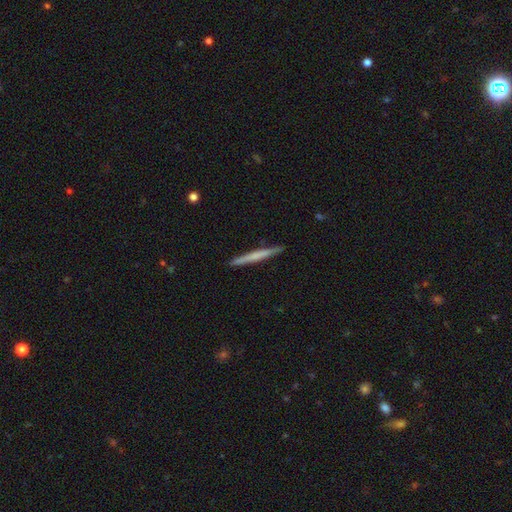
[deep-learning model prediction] This is possibly a smooth galaxy (49%). Merging: clearly none (92%).